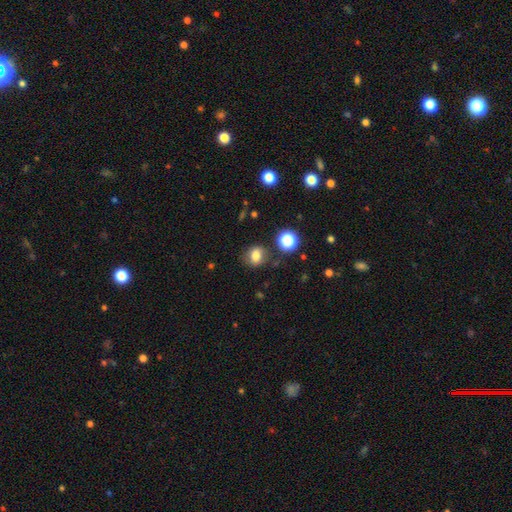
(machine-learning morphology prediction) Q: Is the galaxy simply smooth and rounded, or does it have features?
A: smooth — 77%.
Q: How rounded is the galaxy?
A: round — 58%.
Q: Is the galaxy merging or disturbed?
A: none — 76%.